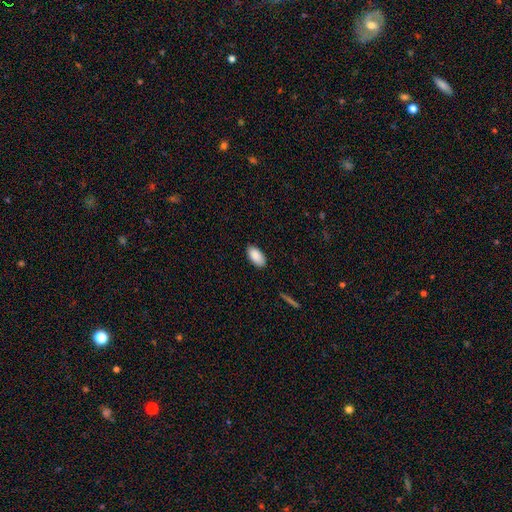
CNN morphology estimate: Smooth or featured?
  - smooth: 89% *
  - star or artifact: 6%
  - featured or disk: 4%
How rounded?
  - in between: 94% *
  - cigar-shaped: 3%
  - round: 2%
Merging?
  - none: 86% *
  - minor disturbance: 10%
  - major disturbance: 2%
  - merger: 1%